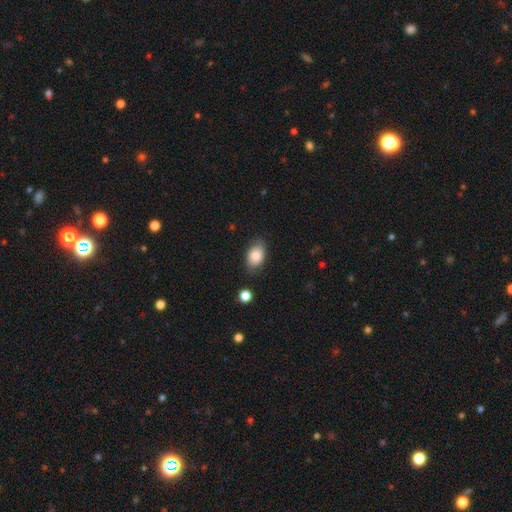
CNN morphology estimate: The model was most divided on "merging": none: 78%, minor disturbance: 17%, major disturbance: 4%, merger: 2%. More confident: how rounded — in between (87%); smooth or featured — smooth (85%).